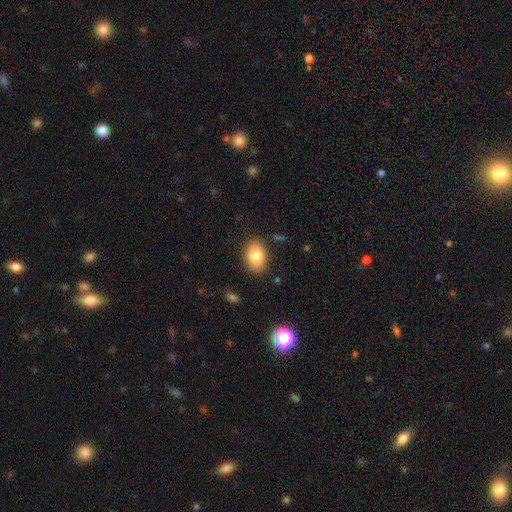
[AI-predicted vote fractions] The model was most divided on "merging": none: 85%, minor disturbance: 11%, major disturbance: 3%, merger: 2%. More confident: how rounded — in between (89%); smooth or featured — smooth (84%).